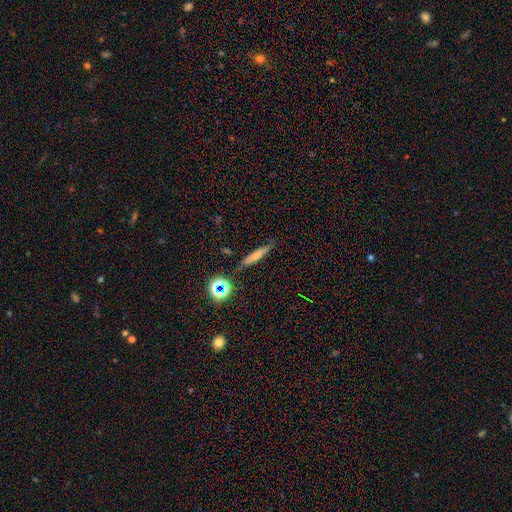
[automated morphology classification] Smooth or featured: smooth — 67% (featured or disk — 20%)
How rounded: cigar-shaped — 87% (in between — 10%)
Merging: none — 79% (minor disturbance — 13%)